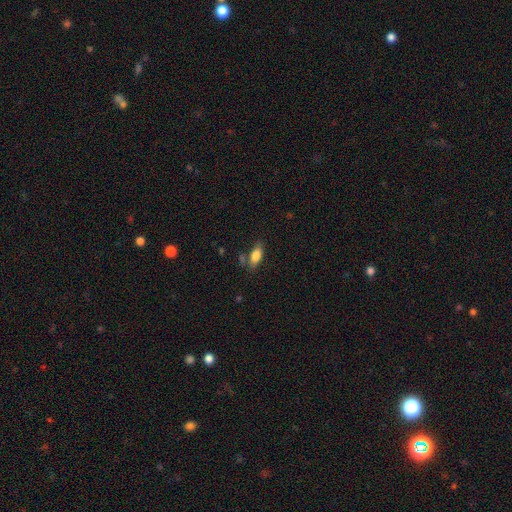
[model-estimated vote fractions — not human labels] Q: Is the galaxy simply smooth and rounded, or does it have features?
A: smooth — 78%.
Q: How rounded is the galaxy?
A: in between — 81%.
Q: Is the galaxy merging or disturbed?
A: none — 70%.